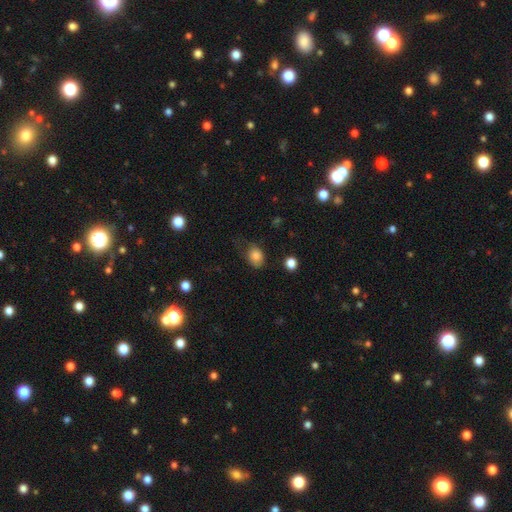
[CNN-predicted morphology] Smooth or featured: smooth — 82% (star or artifact — 10%)
How rounded: in between — 59% (round — 39%)
Merging: none — 56% (minor disturbance — 31%)